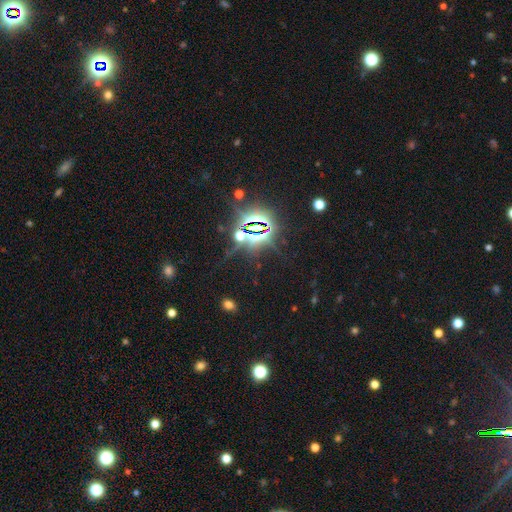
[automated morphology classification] Smooth or featured: star or artifact — 84% (smooth — 10%)